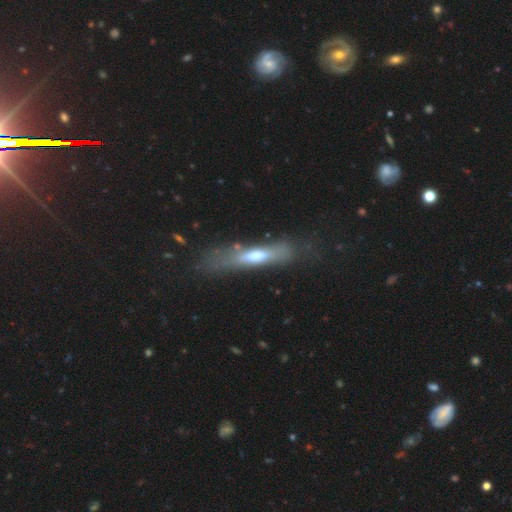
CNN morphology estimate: Smooth or featured? featured or disk (47%)
Merging? none (58%)